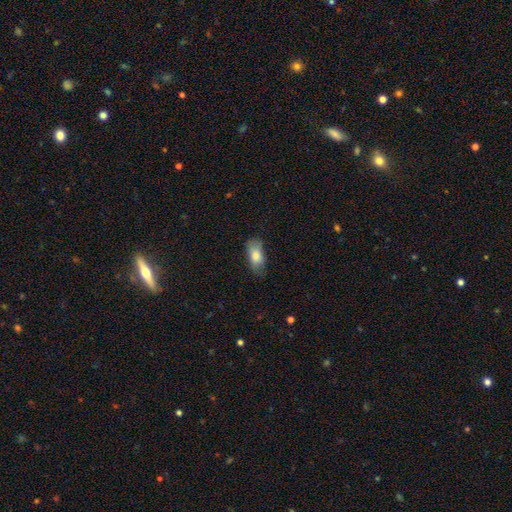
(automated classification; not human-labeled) Smooth or featured? Predicted: smooth (p=0.80). How rounded? Predicted: in between (p=0.89). Merging? Predicted: none (p=0.71).